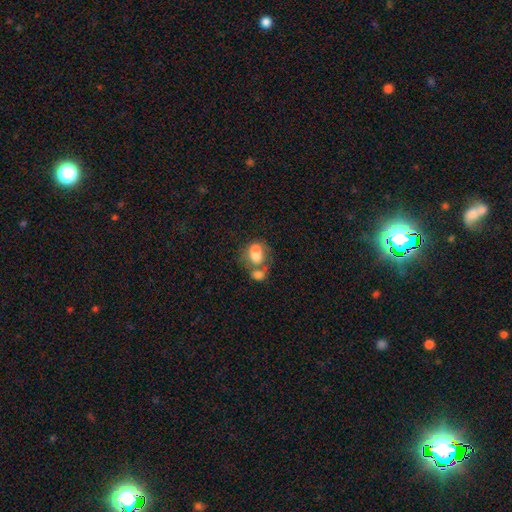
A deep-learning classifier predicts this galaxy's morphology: A smooth galaxy with no disk features (64%) that is in between round and cigar-shaped (65%). Merging: merger (66%).